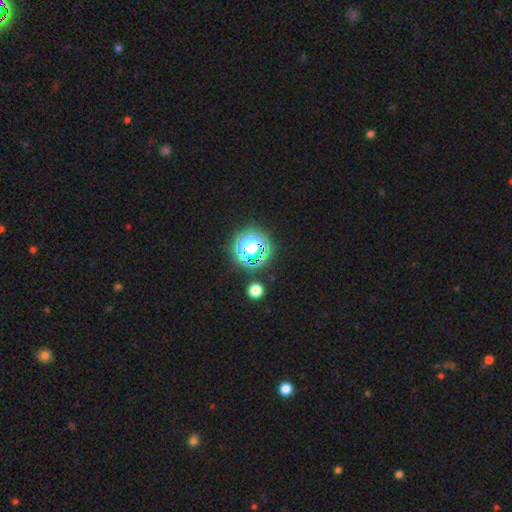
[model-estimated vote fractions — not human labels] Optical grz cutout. It shows a star or artifact, not a galaxy (62%).